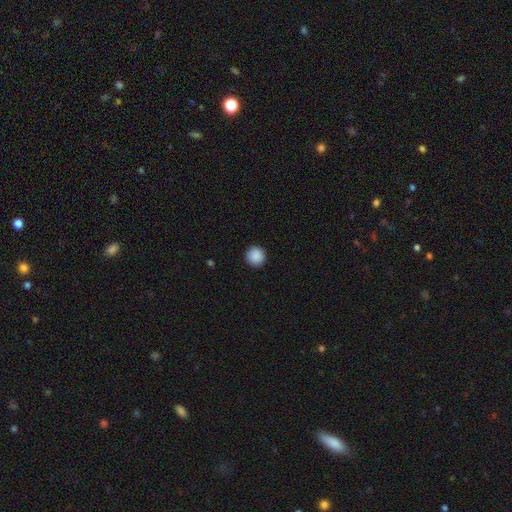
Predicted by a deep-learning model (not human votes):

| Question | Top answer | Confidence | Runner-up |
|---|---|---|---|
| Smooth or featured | smooth | 89% | star or artifact (8%) |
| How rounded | round | 96% | in between (3%) |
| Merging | none | 93% | minor disturbance (5%) |